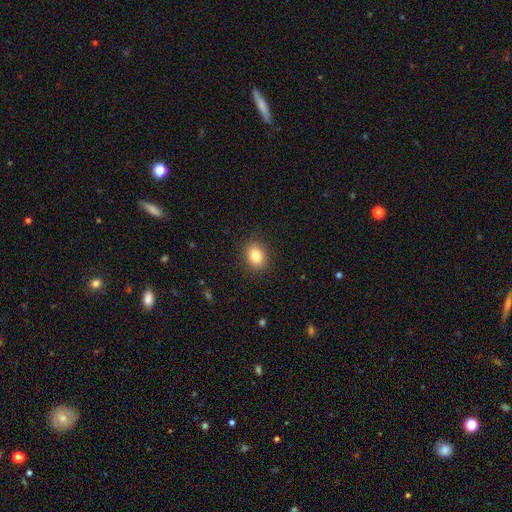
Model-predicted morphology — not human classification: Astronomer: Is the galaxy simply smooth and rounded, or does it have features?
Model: smooth — 83%.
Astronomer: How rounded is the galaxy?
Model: in between — 56% (runner-up: round, 43%).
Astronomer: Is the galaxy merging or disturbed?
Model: none — 88%.